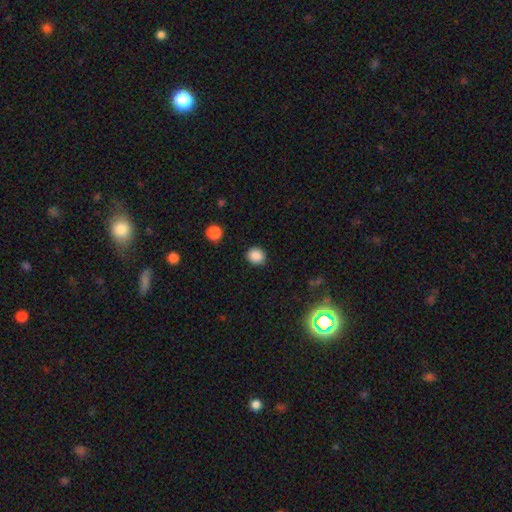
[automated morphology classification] smooth_or_featured: smooth (p=0.86) [alt: star or artifact p=0.11]
how_rounded: round (p=0.81) [alt: in between p=0.18]
merging: none (p=0.88) [alt: minor disturbance p=0.08]